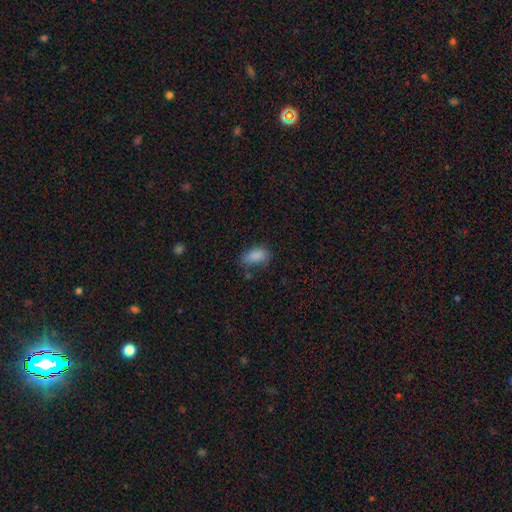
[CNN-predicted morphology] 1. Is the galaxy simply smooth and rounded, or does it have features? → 86% smooth, 9% star or artifact, 5% featured or disk.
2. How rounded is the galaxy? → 89% in between, 7% cigar-shaped, 4% round.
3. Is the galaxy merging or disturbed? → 66% none, 23% minor disturbance, 7% major disturbance, 3% merger.